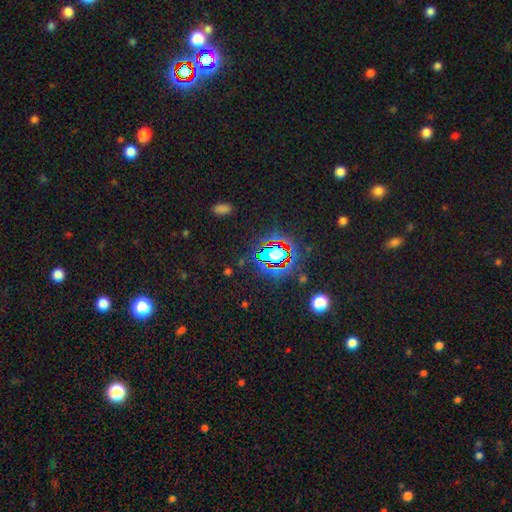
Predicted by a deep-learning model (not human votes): smooth_or_featured: star or artifact (p=0.79) [alt: smooth p=0.13]